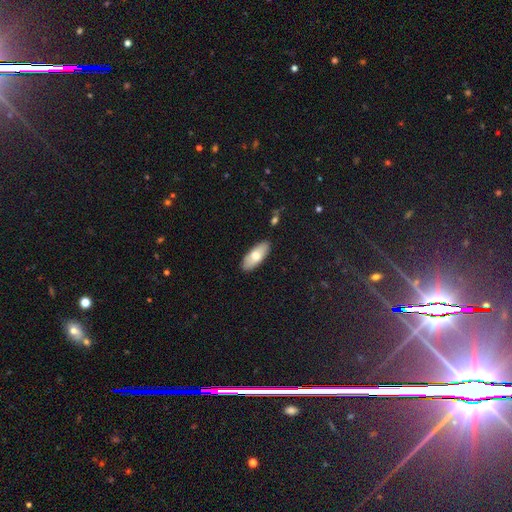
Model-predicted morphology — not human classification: smooth_or_featured: smooth (p=0.72) [alt: featured or disk p=0.22]
how_rounded: in between (p=0.81) [alt: cigar-shaped p=0.17]
merging: none (p=0.88) [alt: minor disturbance p=0.09]